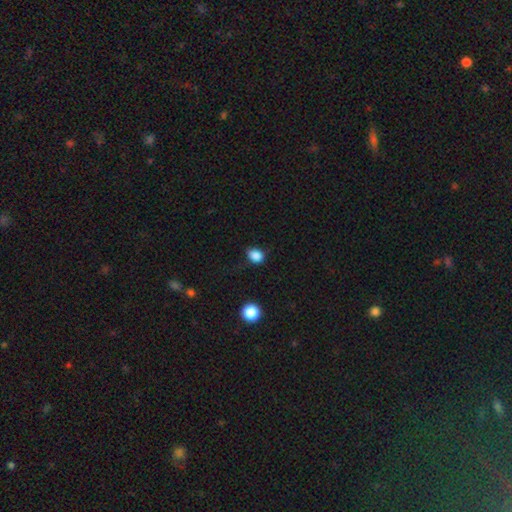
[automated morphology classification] Smooth or featured?
  - smooth: 86% *
  - star or artifact: 11%
  - featured or disk: 3%
How rounded?
  - in between: 55% *
  - round: 44%
  - cigar-shaped: 1%
Merging?
  - none: 75% *
  - minor disturbance: 19%
  - major disturbance: 5%
  - merger: 2%